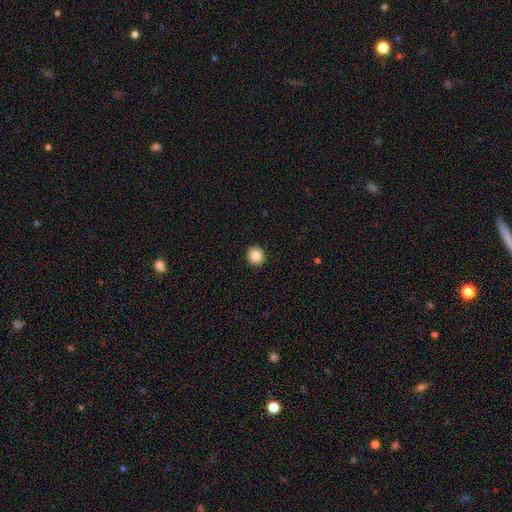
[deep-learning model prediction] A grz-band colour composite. It shows a smooth galaxy with no disk features (85%) that is round (88%). Merging: none (93%).